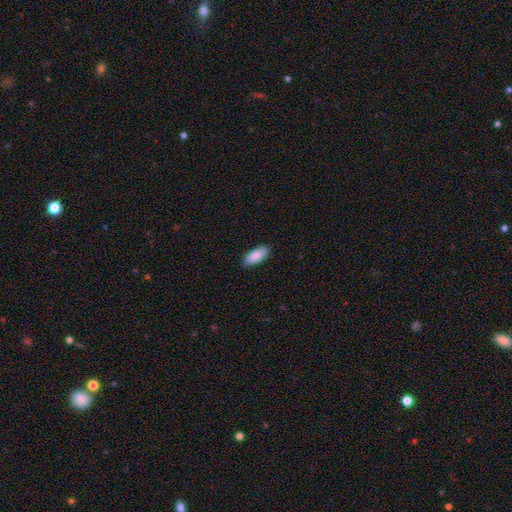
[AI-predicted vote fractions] The model was most divided on "how rounded": in between: 85%, cigar-shaped: 13%, round: 2%. More confident: smooth or featured — smooth (89%); merging — none (87%).